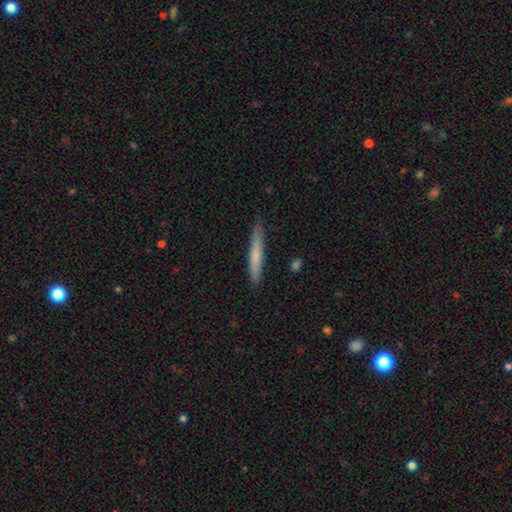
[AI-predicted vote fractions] Smooth or featured?
  - smooth: 66% *
  - featured or disk: 28%
  - star or artifact: 6%
How rounded?
  - cigar-shaped: 95% *
  - in between: 3%
  - round: 1%
Merging?
  - none: 88% *
  - minor disturbance: 9%
  - major disturbance: 2%
  - merger: 1%